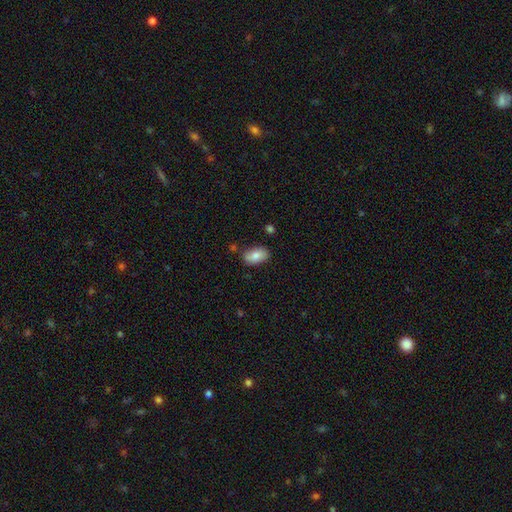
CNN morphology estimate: smooth_or_featured: smooth (p=0.81) [alt: featured or disk p=0.12]
how_rounded: in between (p=0.92) [alt: round p=0.06]
merging: none (p=0.76) [alt: minor disturbance p=0.16]